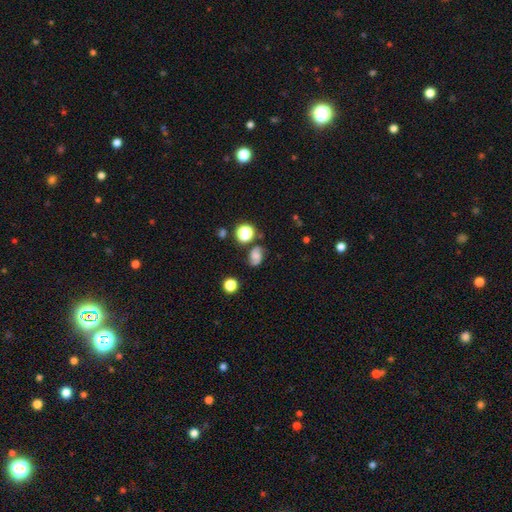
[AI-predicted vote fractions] Smooth or featured? featured or disk (48%)
Merging? none (69%)